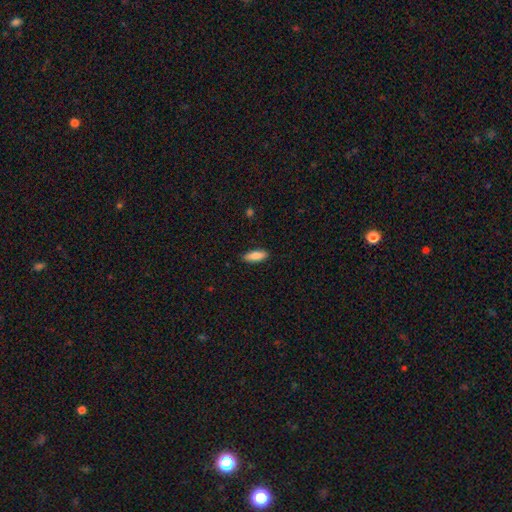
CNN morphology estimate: type=smooth (87%); roundness=in between (67%); merging=none (88%).